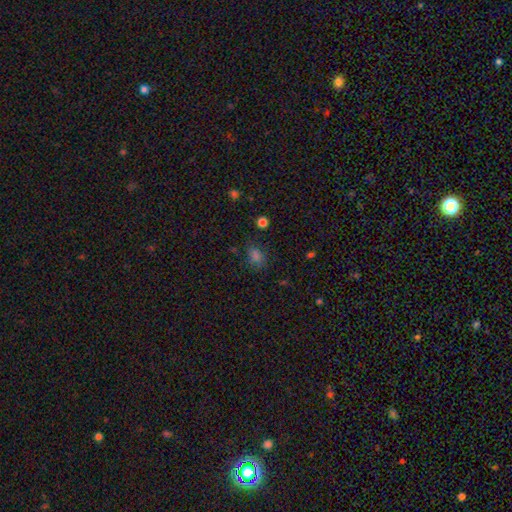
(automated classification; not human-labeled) smooth_or_featured: smooth (p=0.69) [alt: star or artifact p=0.25]
how_rounded: in between (p=0.67) [alt: round p=0.32]
merging: none (p=0.74) [alt: minor disturbance p=0.17]